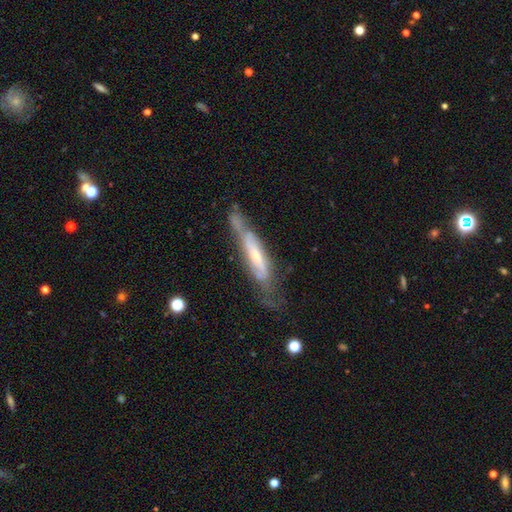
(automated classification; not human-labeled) This appears to be a featured or disk galaxy (74%). Merging: none (54%).